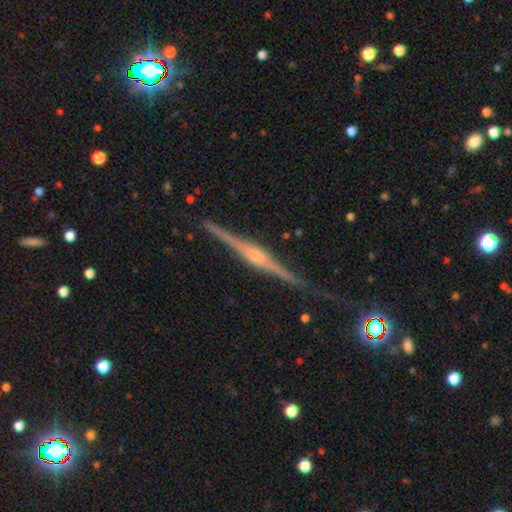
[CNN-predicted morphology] type=featured or disk (87%); edge-on=yes (98%); edge-on bulge=rounded (78%); merging=none (86%).